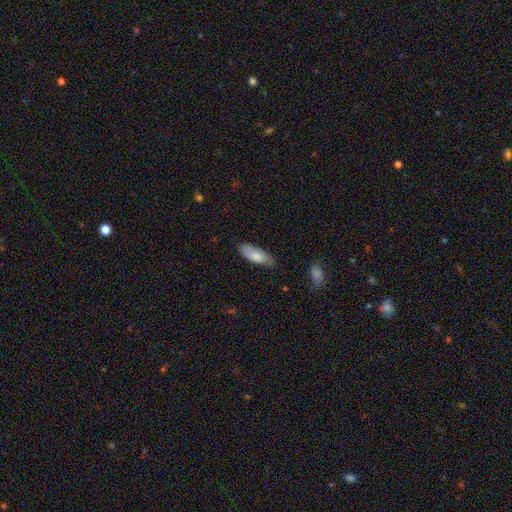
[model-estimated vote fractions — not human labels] This is likely a smooth galaxy (77%). How rounded: likely in between (74%). Merging: likely none (77%).